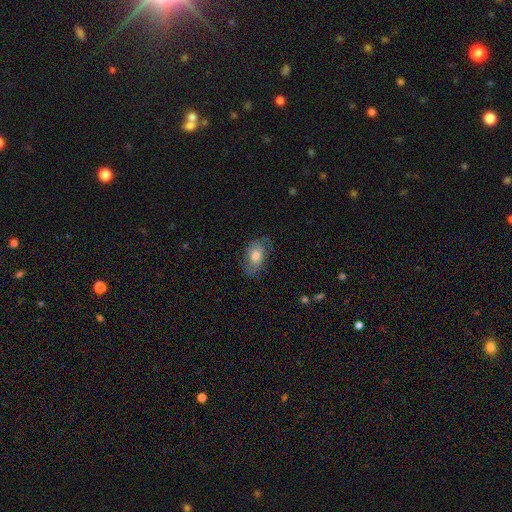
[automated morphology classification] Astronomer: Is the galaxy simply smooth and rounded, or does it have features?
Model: smooth — 55% (runner-up: featured or disk, 37%).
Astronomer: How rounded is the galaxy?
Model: in between — 88%.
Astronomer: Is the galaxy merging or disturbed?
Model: none — 66%.